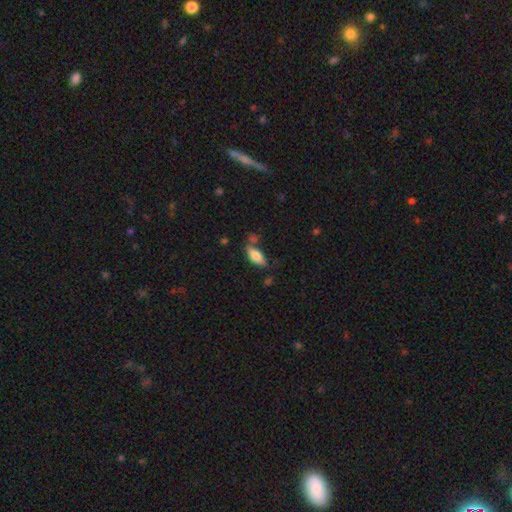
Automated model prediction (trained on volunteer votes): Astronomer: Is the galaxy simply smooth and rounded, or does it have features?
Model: smooth — 75%.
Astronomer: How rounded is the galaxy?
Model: in between — 75%.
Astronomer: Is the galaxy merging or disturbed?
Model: none — 66%.